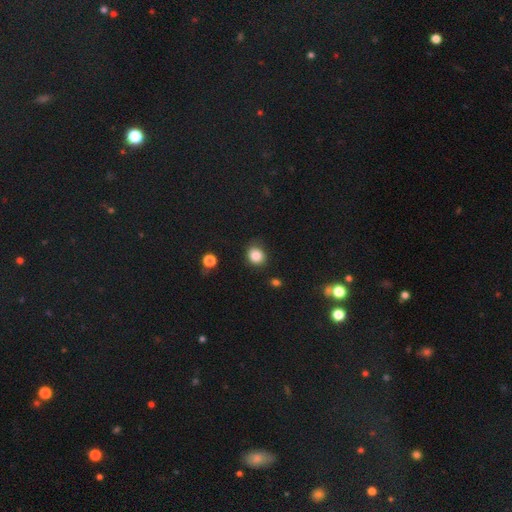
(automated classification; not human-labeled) Smooth or featured: smooth — 85% (star or artifact — 10%)
How rounded: round — 72% (in between — 27%)
Merging: none — 77% (minor disturbance — 16%)